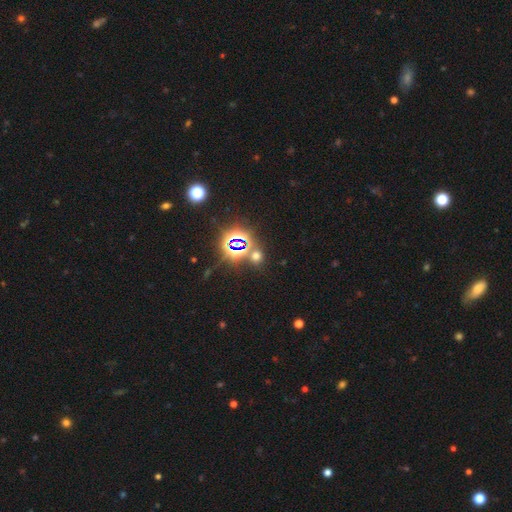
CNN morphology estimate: This is possibly a star or artifact rather than a galaxy (49%).